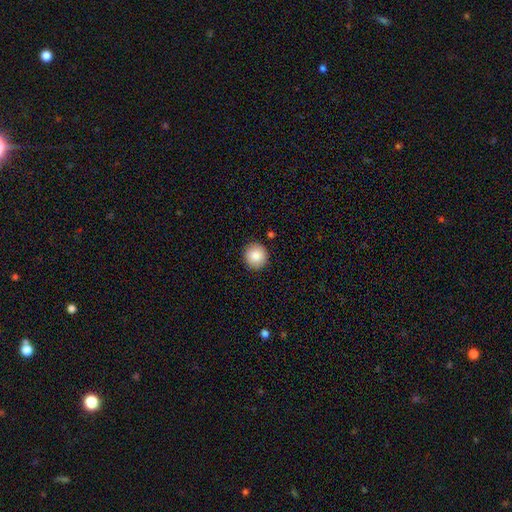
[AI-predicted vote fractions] Q: Smooth or featured?
A: smooth (87%); runner-up: star or artifact (8%)
Q: How rounded?
A: round (92%); runner-up: in between (7%)
Q: Merging?
A: none (90%); runner-up: minor disturbance (7%)